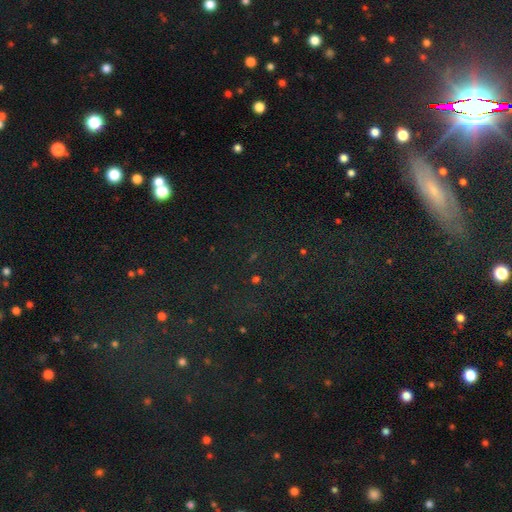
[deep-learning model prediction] A star or artifact, not a galaxy (64%).